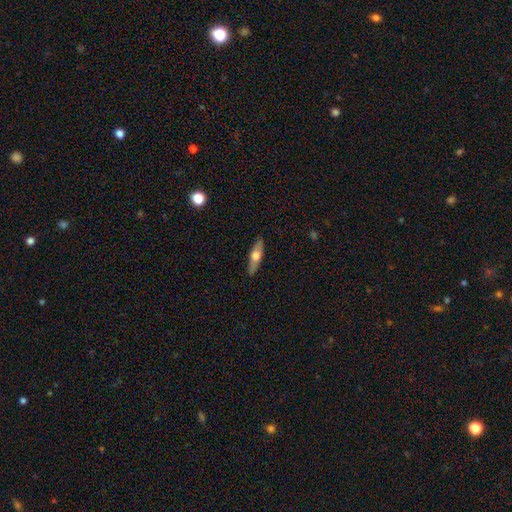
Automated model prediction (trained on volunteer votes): Smooth or featured? smooth (51%)
How rounded? cigar-shaped (64%)
Merging? none (89%)